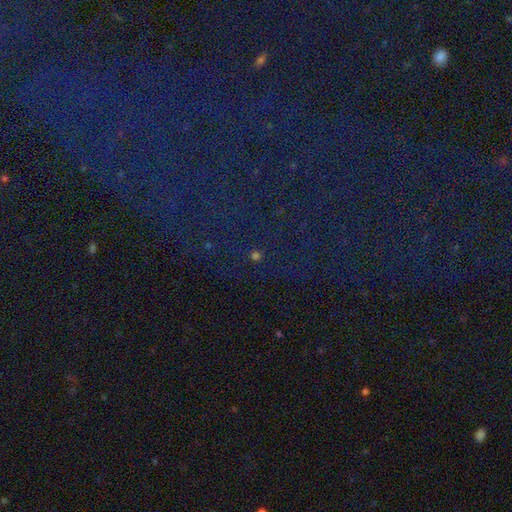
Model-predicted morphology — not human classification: This appears to be a star or artifact, not a galaxy (71%).